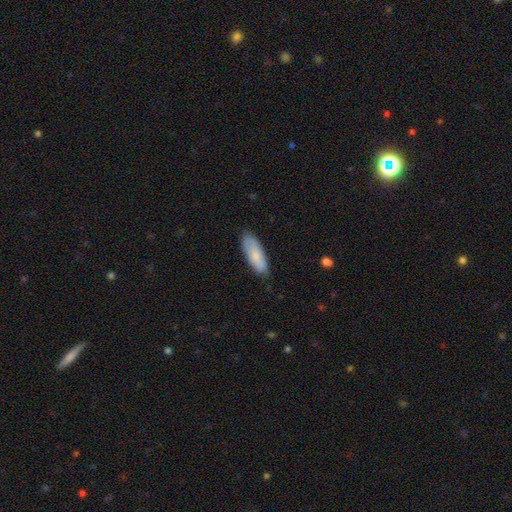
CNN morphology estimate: Smooth or featured: smooth — 77% (featured or disk — 17%)
How rounded: in between — 70% (cigar-shaped — 28%)
Merging: none — 77% (minor disturbance — 19%)